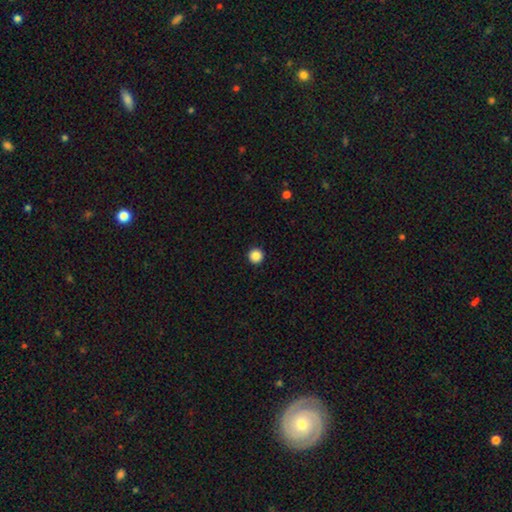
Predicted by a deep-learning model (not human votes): Morphology: type=smooth (87%); roundness=round (97%); merging=none (94%).